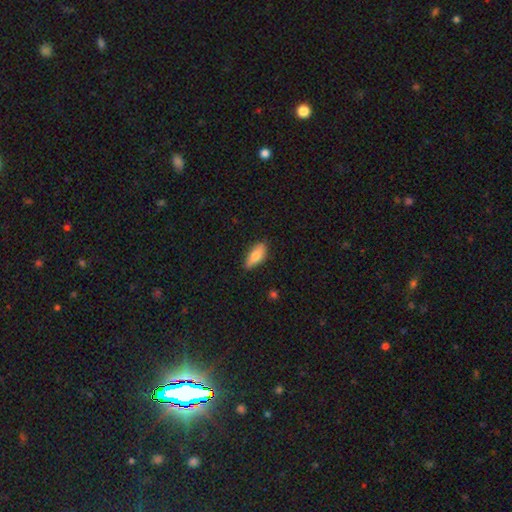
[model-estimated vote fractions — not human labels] A smooth galaxy with no disk features (76%) that is in between round and cigar-shaped (79%). Merging: none (76%).